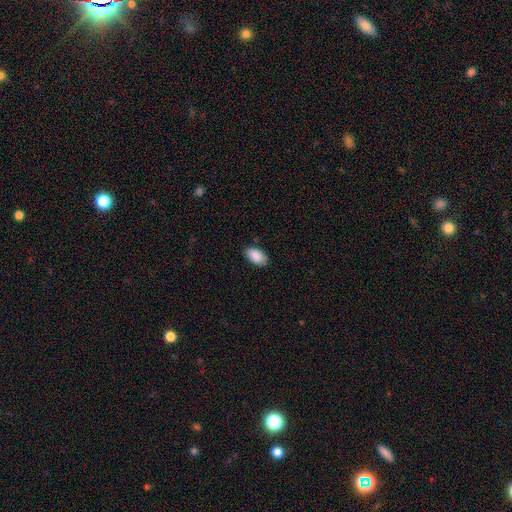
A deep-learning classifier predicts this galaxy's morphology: A smooth galaxy with no disk features (90%) that is in between round and cigar-shaped (95%).

Vote fractions:
- Smooth or featured? smooth: 90% / star or artifact: 6% / featured or disk: 4%
- How rounded? in between: 95% / round: 3% / cigar-shaped: 2%
- Merging? none: 85% / minor disturbance: 12% / major disturbance: 2% / merger: 1%